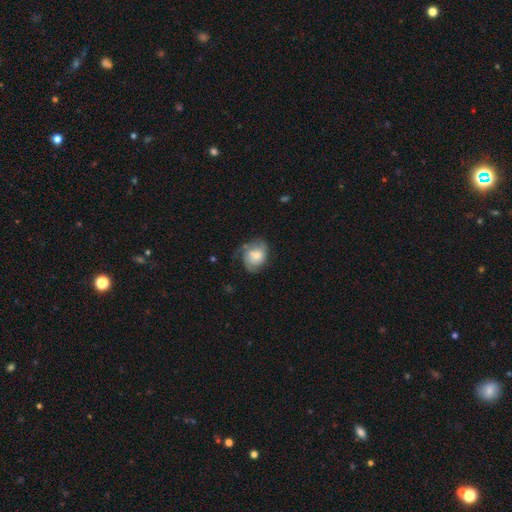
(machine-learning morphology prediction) Smooth or featured? featured or disk (54%)
Edge-on disk? no (97%)
Bar? no (77%)
Spiral arms? yes (81%)
Bulge size? moderate (51%)
Merging? none (48%)